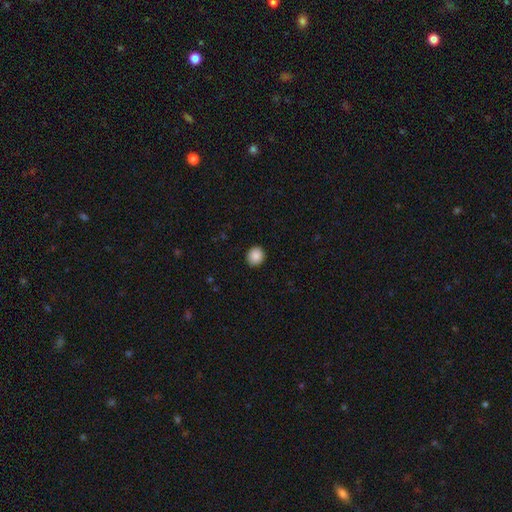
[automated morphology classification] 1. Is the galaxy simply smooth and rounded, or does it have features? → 88% smooth, 8% star or artifact, 3% featured or disk.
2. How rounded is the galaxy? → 84% round, 15% in between, 1% cigar-shaped.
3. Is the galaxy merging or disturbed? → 91% none, 6% minor disturbance, 2% major disturbance, 1% merger.